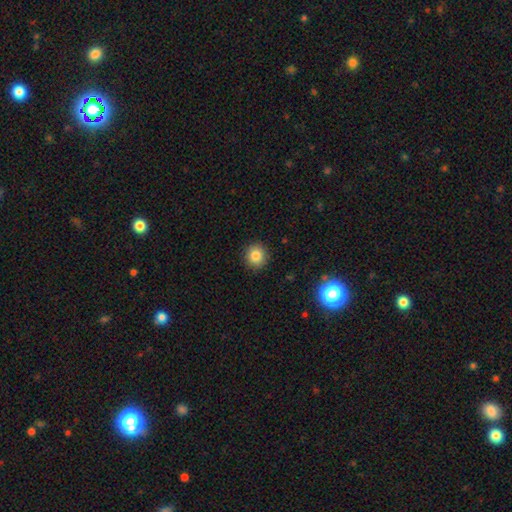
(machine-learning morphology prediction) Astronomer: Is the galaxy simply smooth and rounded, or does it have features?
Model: smooth — 84%.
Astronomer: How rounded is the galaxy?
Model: round — 92%.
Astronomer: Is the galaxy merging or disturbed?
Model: none — 92%.